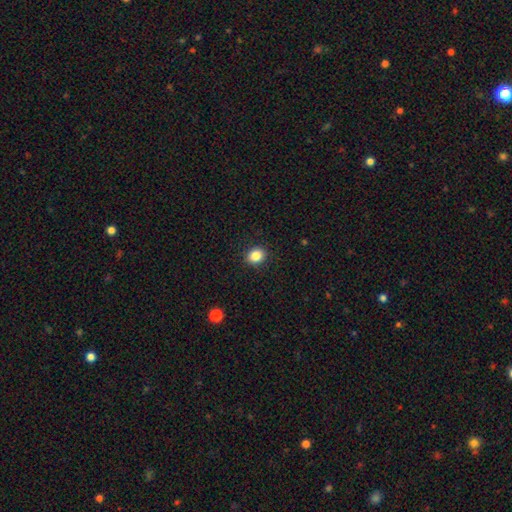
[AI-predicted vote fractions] Smooth or featured? Predicted: smooth (p=0.85). How rounded? Predicted: round (p=0.62). Merging? Predicted: none (p=0.90).